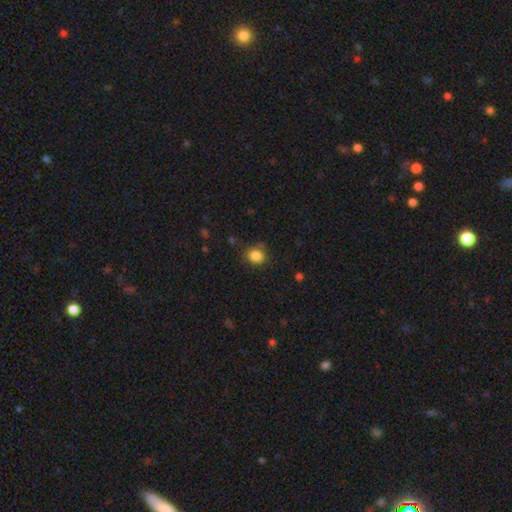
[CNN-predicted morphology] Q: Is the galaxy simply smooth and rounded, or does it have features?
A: smooth — 84%.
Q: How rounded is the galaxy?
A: round — 69%.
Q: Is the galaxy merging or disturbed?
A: none — 76%.